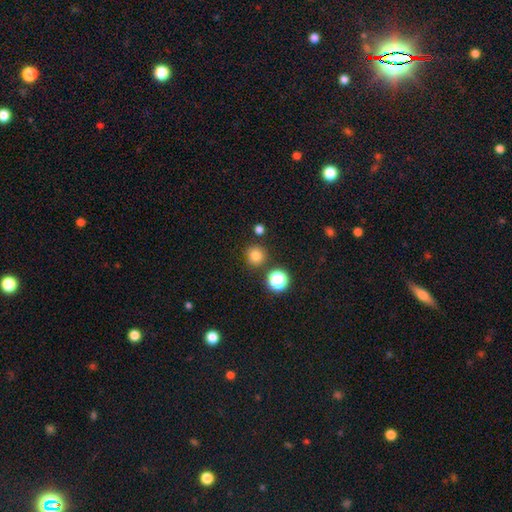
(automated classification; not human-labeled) A smooth galaxy with no disk features (79%) that is round (94%). Merging: none (85%).